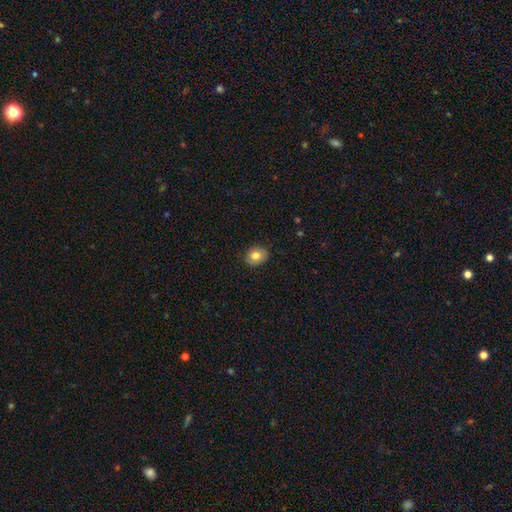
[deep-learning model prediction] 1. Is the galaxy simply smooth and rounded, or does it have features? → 79% smooth, 12% featured or disk, 9% star or artifact.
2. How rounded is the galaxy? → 55% round, 44% in between, 1% cigar-shaped.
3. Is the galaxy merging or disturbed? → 85% none, 12% minor disturbance, 2% major disturbance, 1% merger.